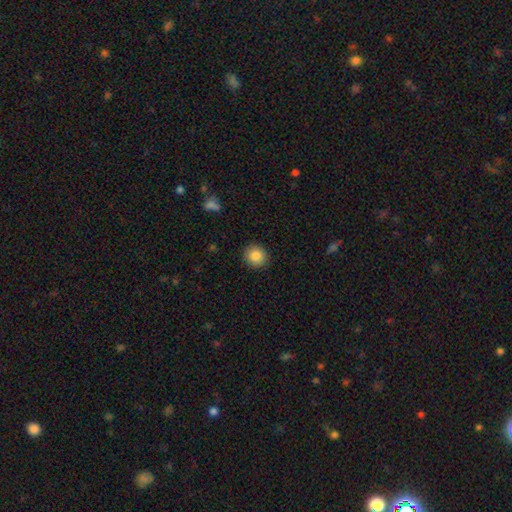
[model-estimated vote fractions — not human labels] Overall: smooth (85%). How rounded: round (89%). Merging: none (90%).